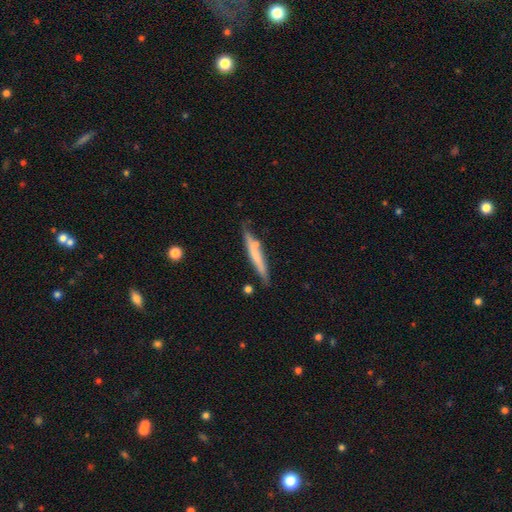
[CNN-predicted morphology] smooth-or-featured: smooth: 55% | featured or disk: 39% | star or artifact: 6%
  how-rounded: cigar-shaped: 93% | in between: 5% | round: 1%
  merging: none: 73% | minor disturbance: 17% | merger: 7% | major disturbance: 3%